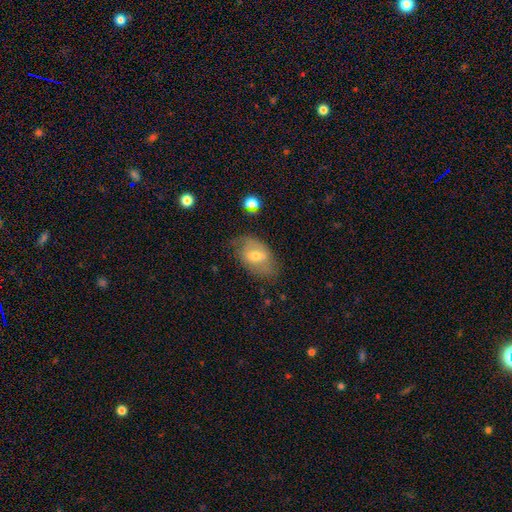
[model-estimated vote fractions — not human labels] This appears to be a smooth galaxy with no disk features (49%). Merging: none (66%).